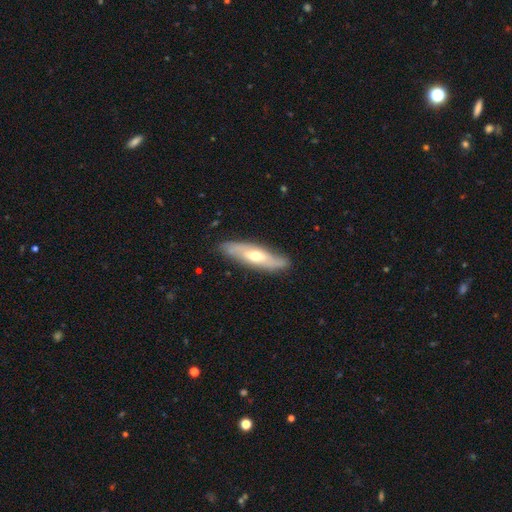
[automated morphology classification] featured or disk 58%, smooth 37%, star or artifact 5%. Down the decision tree: edge-on disk — no (53%); merging — none (84%).